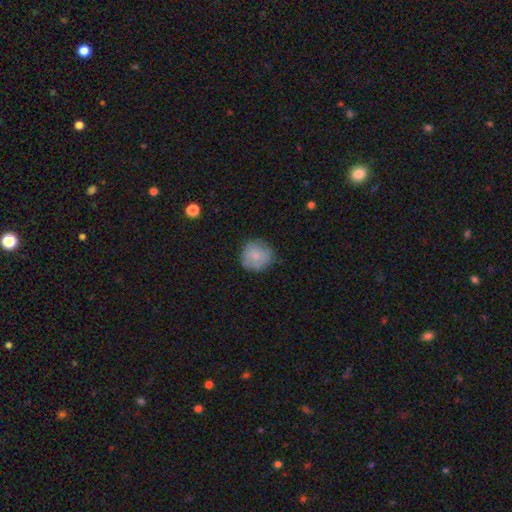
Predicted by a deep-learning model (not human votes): Overall: smooth (67%). How rounded: round (90%). Merging: none (76%).